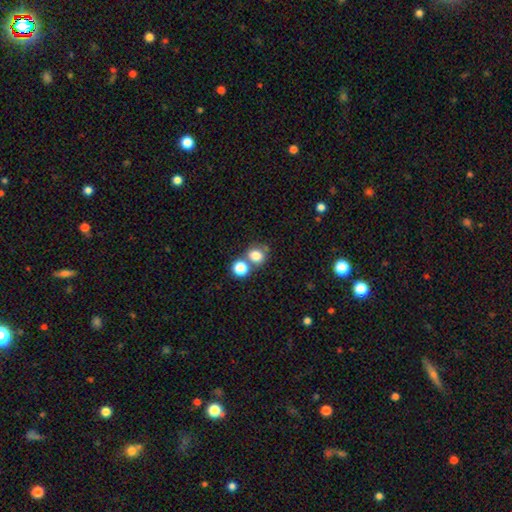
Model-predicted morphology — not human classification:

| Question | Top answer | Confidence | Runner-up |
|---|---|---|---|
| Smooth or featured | smooth | 78% | star or artifact (14%) |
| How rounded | round | 76% | in between (23%) |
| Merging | none | 55% | merger (32%) |